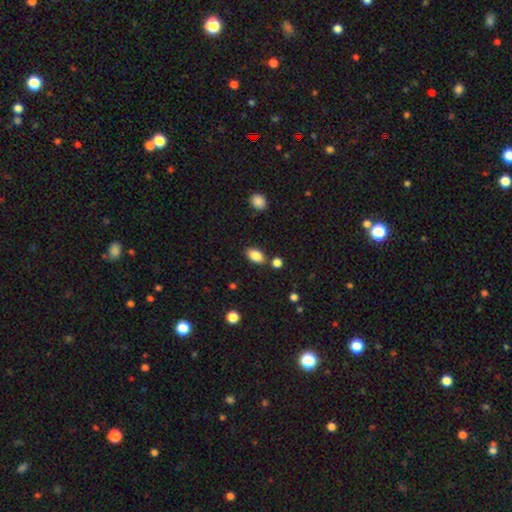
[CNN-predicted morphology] This is clearly a smooth galaxy (85%). How rounded: clearly in between (89%). Merging: likely none (79%).